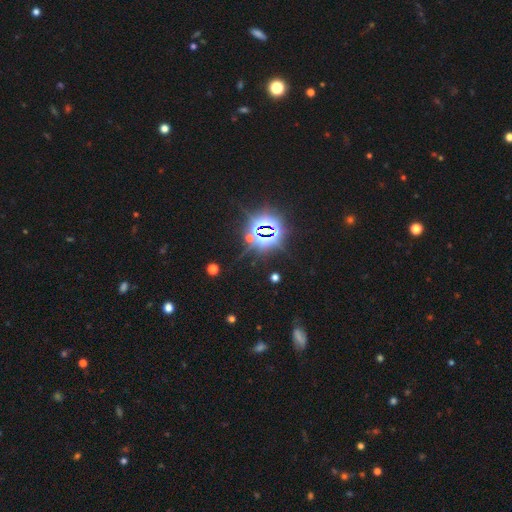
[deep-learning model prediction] Smooth or featured? star or artifact (81%)